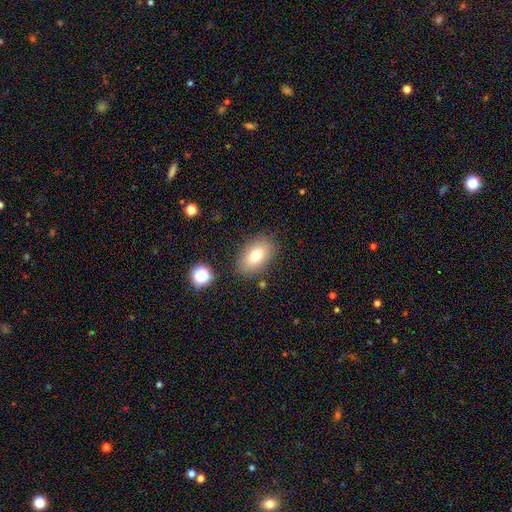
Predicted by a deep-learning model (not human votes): smooth 77%, featured or disk 13%, star or artifact 10%. Down the decision tree: how rounded — in between (89%); merging — none (82%).